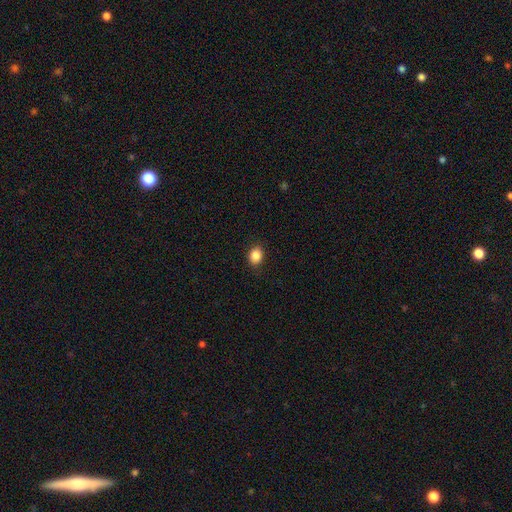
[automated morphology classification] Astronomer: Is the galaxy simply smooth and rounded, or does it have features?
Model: smooth — 87%.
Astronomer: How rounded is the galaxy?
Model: in between — 54% (runner-up: round, 45%).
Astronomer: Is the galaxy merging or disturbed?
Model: none — 89%.